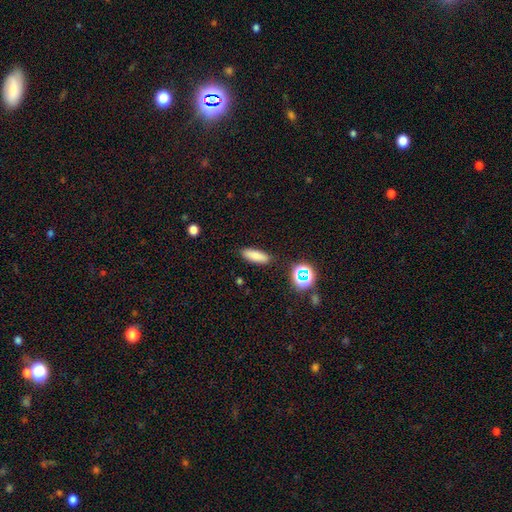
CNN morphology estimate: The model was most divided on "how rounded": in between: 56%, cigar-shaped: 40%, round: 4%. More confident: merging — none (87%); smooth or featured — smooth (80%).